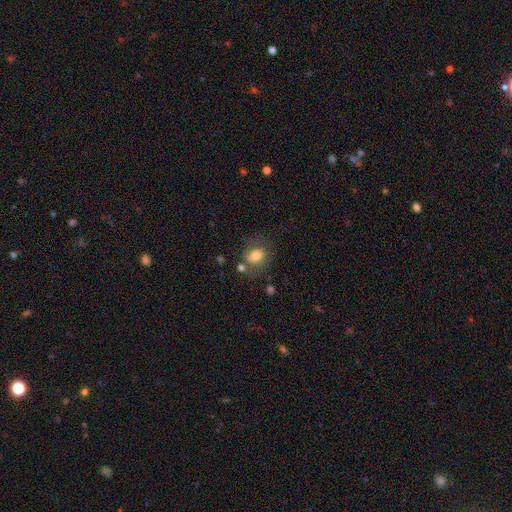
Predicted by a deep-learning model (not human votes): Smooth or featured: smooth — 74% (featured or disk — 16%)
How rounded: round — 54% (in between — 45%)
Merging: none — 62% (minor disturbance — 19%)